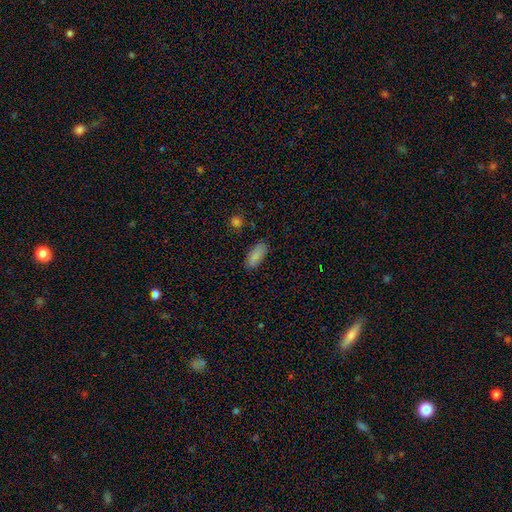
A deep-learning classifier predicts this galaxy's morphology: Smooth or featured? Predicted: smooth (p=0.84). How rounded? Predicted: in between (p=0.87). Merging? Predicted: none (p=0.82).